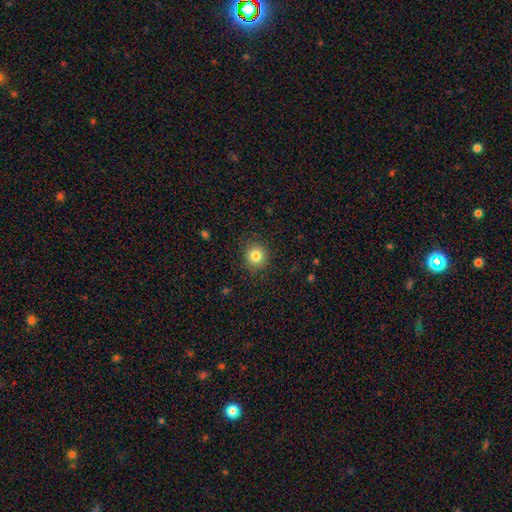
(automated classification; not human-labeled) This is clearly a smooth galaxy (82%). How rounded: clearly round (91%). Merging: clearly none (89%).